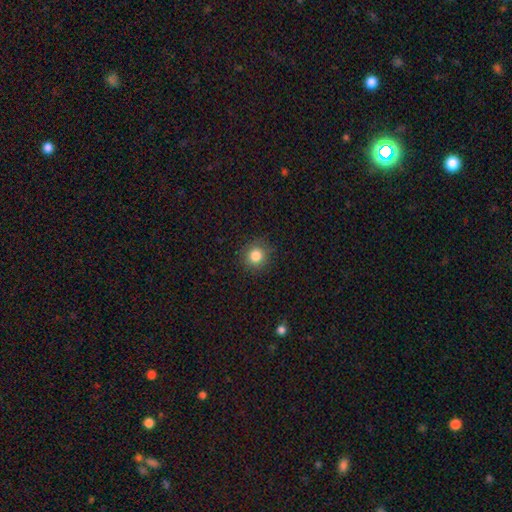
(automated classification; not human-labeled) The model was most divided on "smooth or featured": smooth: 83%, star or artifact: 11%, featured or disk: 5%. More confident: how rounded — round (91%); merging — none (89%).